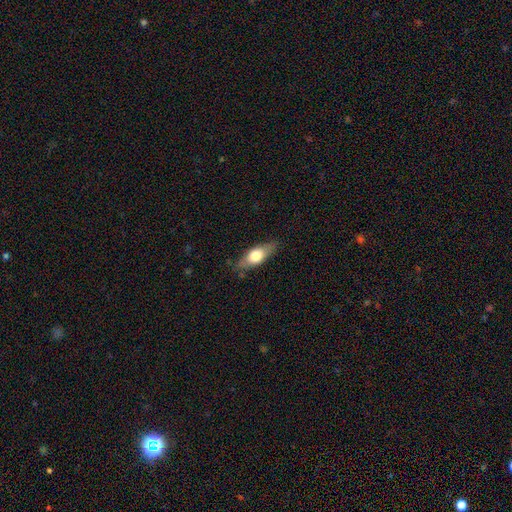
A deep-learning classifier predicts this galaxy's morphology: smooth_or_featured: smooth (p=0.58) [alt: featured or disk p=0.36]
how_rounded: in between (p=0.69) [alt: cigar-shaped p=0.27]
merging: none (p=0.79) [alt: minor disturbance p=0.16]